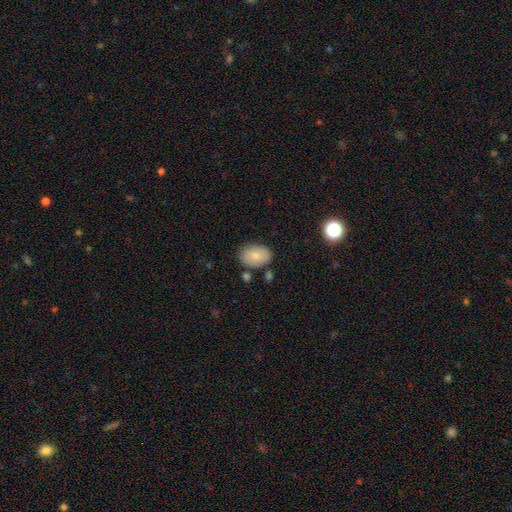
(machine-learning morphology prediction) Q: Smooth or featured?
A: smooth (82%); runner-up: featured or disk (11%)
Q: How rounded?
A: in between (84%); runner-up: round (15%)
Q: Merging?
A: none (78%); runner-up: minor disturbance (14%)